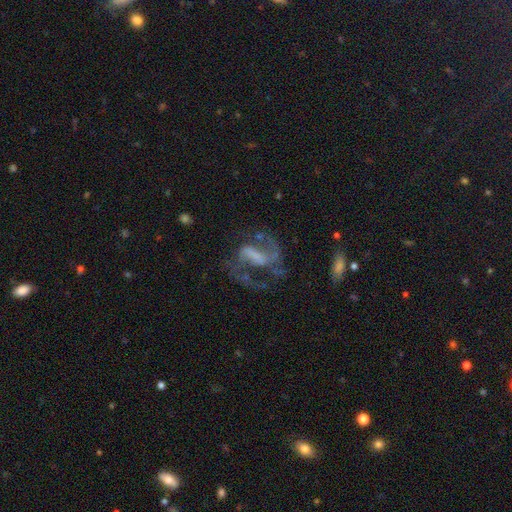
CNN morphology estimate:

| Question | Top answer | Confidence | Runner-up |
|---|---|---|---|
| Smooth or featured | featured or disk | 85% | star or artifact (8%) |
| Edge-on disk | no | 97% | yes (3%) |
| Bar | strong | 46% | weak (40%) |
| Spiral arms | yes | 93% | no (7%) |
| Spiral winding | medium | 55% | loose (33%) |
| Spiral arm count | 2 | 86% | can't tell (4%) |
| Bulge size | none | 42% | small (32%) |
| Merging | none | 55% | major disturbance (26%) |